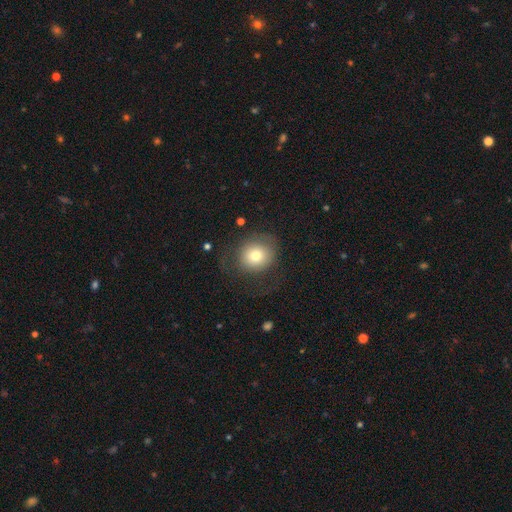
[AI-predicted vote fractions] Smooth or featured?
  - smooth: 72% *
  - featured or disk: 17%
  - star or artifact: 10%
How rounded?
  - round: 82% *
  - in between: 17%
  - cigar-shaped: 1%
Merging?
  - none: 62% *
  - major disturbance: 19%
  - minor disturbance: 17%
  - merger: 2%